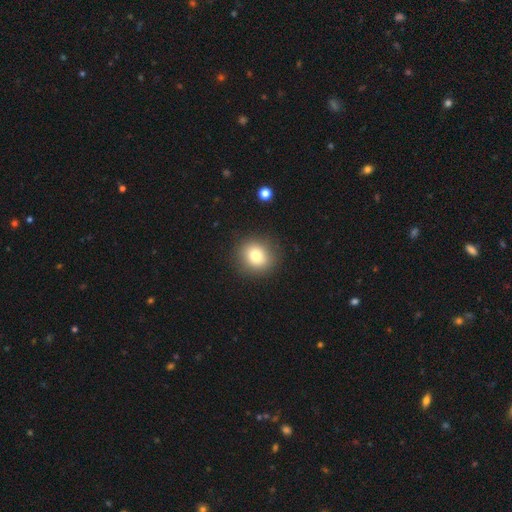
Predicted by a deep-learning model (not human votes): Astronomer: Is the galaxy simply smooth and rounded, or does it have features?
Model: smooth — 79%.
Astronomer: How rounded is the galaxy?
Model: round — 80%.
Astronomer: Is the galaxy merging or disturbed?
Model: none — 87%.